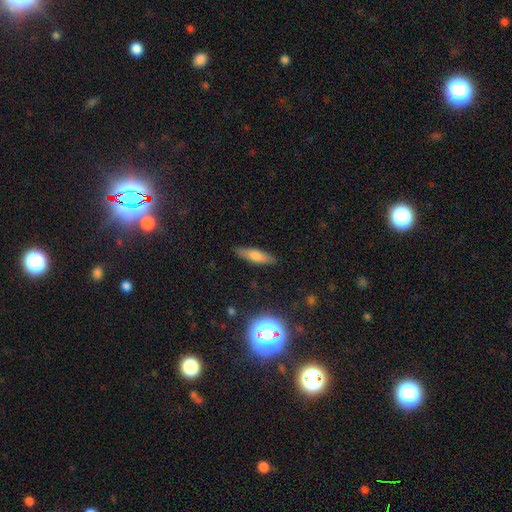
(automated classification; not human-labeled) smooth-or-featured: smooth: 66% | featured or disk: 25% | star or artifact: 9%
  how-rounded: cigar-shaped: 66% | in between: 31% | round: 2%
  merging: none: 87% | minor disturbance: 10% | major disturbance: 2% | merger: 1%